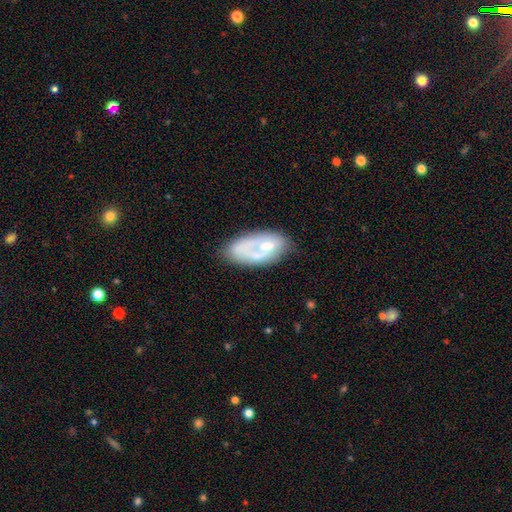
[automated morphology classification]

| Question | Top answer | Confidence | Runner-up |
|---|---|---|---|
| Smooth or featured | featured or disk | 47% | smooth (46%) |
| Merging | none | 47% | minor disturbance (25%) |